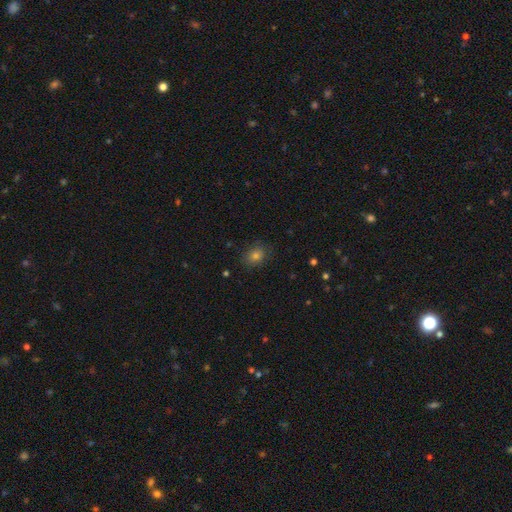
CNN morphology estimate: The model was most divided on "how rounded": in between: 52%, round: 47%, cigar-shaped: 1%. More confident: merging — none (83%); smooth or featured — smooth (74%).